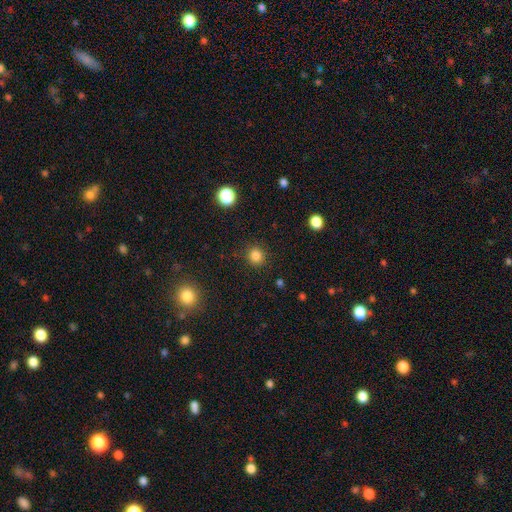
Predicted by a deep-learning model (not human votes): The model was most divided on "smooth or featured": smooth: 84%, star or artifact: 12%, featured or disk: 4%. More confident: merging — none (89%); how rounded — round (88%).